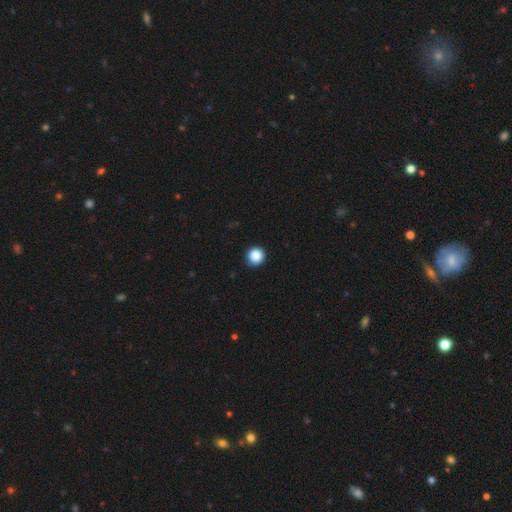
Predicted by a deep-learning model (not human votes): This appears to be a smooth galaxy with no disk features (87%) that is round (96%). Merging: none (92%).